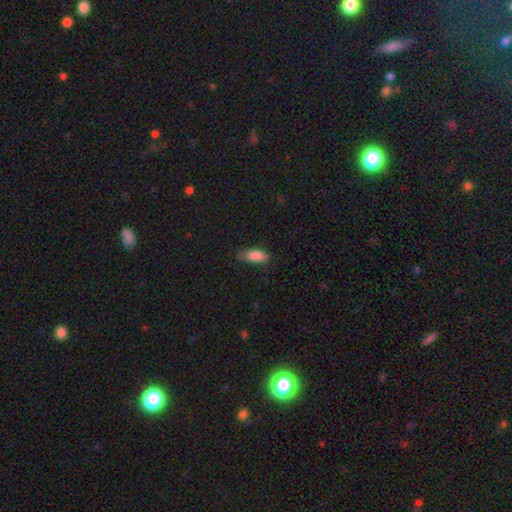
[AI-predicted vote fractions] A smooth galaxy with no disk features (87%) that is in between round and cigar-shaped (82%).

Vote fractions:
- Smooth or featured? smooth: 87% / star or artifact: 7% / featured or disk: 6%
- How rounded? in between: 82% / cigar-shaped: 16% / round: 2%
- Merging? none: 70% / minor disturbance: 25% / major disturbance: 5% / merger: 1%